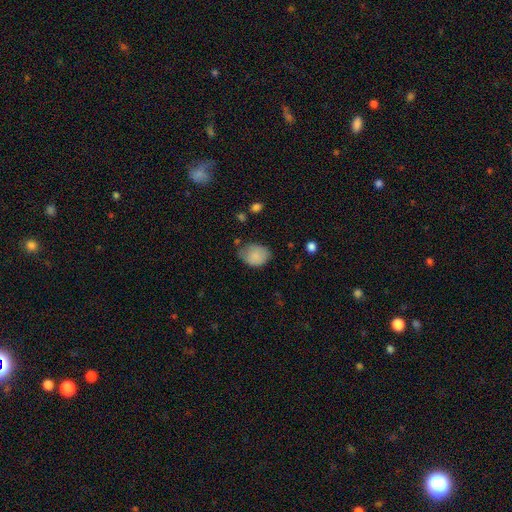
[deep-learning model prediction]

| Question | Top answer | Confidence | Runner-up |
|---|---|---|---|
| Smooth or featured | smooth | 84% | featured or disk (8%) |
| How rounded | in between | 64% | round (35%) |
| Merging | none | 53% | minor disturbance (35%) |